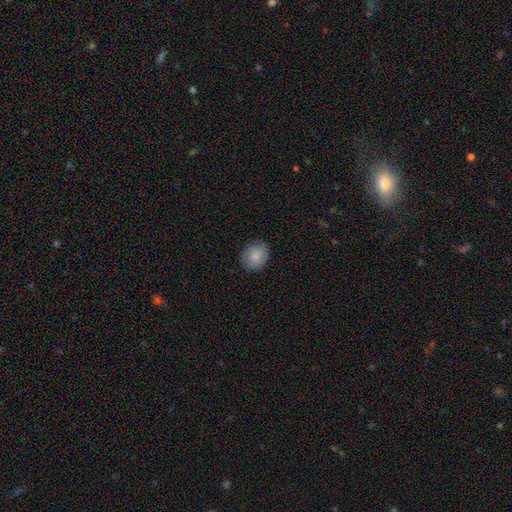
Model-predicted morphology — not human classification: Smooth or featured?
  - smooth: 83% *
  - featured or disk: 10%
  - star or artifact: 7%
How rounded?
  - round: 61% *
  - in between: 39%
  - cigar-shaped: 1%
Merging?
  - none: 84% *
  - minor disturbance: 12%
  - major disturbance: 3%
  - merger: 1%